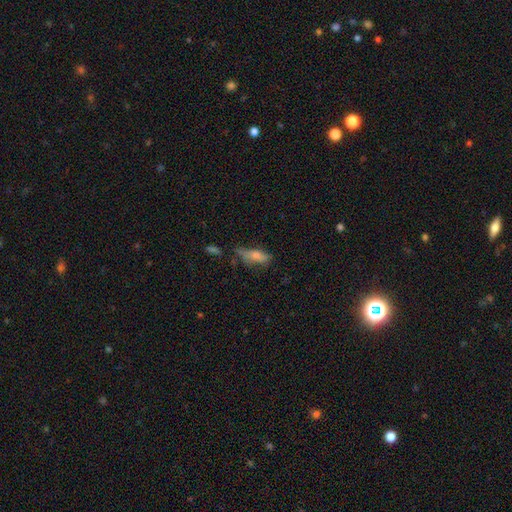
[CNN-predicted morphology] Smooth or featured: smooth — 69% (featured or disk — 21%)
How rounded: in between — 64% (cigar-shaped — 33%)
Merging: none — 41% (minor disturbance — 32%)